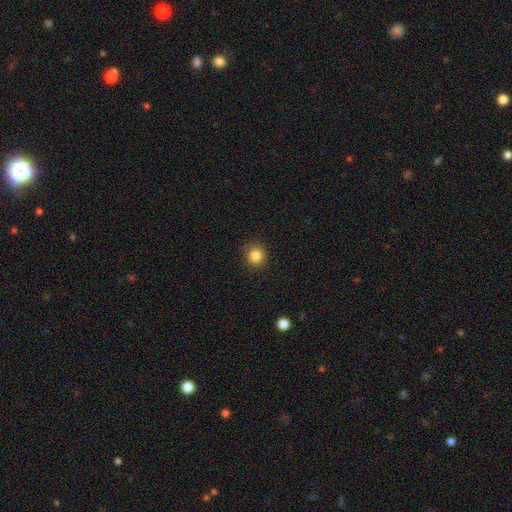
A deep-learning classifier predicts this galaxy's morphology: A smooth galaxy with no disk features (85%) that is round (92%). Merging: none (90%).